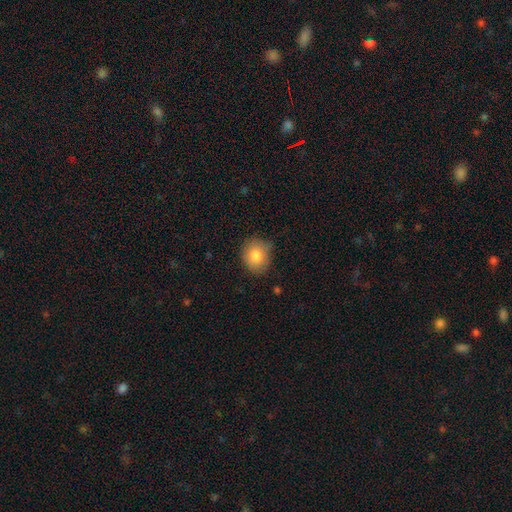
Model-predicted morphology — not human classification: Overall: smooth (85%). How rounded: round (71%). Merging: none (74%).